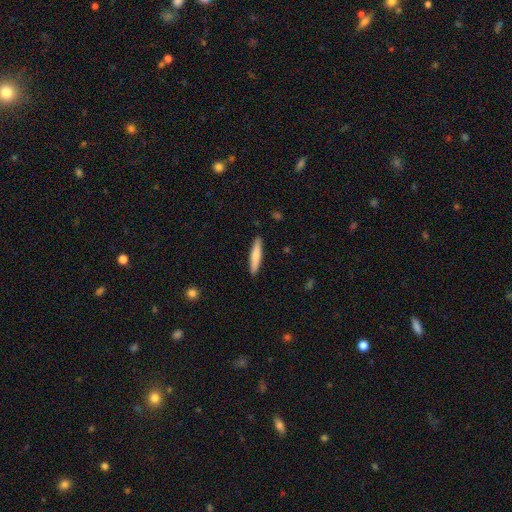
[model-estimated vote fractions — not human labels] smooth_or_featured: smooth (p=0.74) [alt: featured or disk p=0.20]
how_rounded: cigar-shaped (p=0.90) [alt: in between p=0.09]
merging: none (p=0.90) [alt: minor disturbance p=0.07]